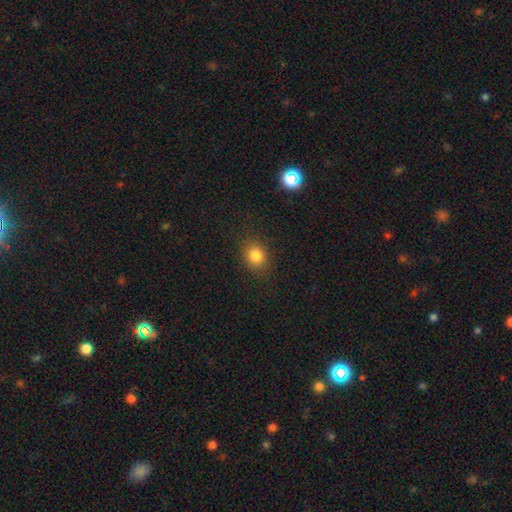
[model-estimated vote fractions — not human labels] Q: Smooth or featured?
A: smooth (83%); runner-up: star or artifact (11%)
Q: How rounded?
A: round (64%); runner-up: in between (35%)
Q: Merging?
A: none (86%); runner-up: minor disturbance (9%)